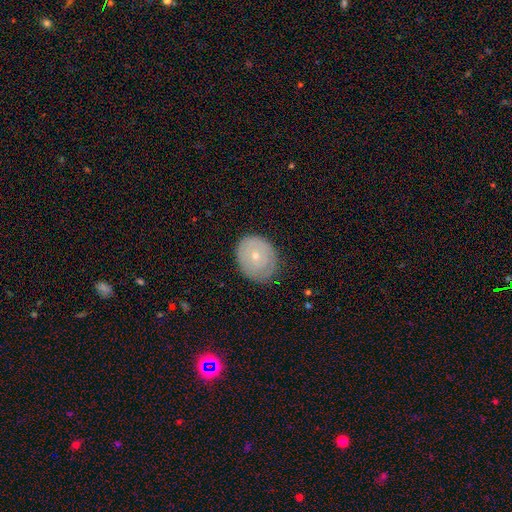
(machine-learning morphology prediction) Q: Smooth or featured?
A: smooth (49%); runner-up: featured or disk (44%)
Q: Merging?
A: none (76%); runner-up: minor disturbance (18%)